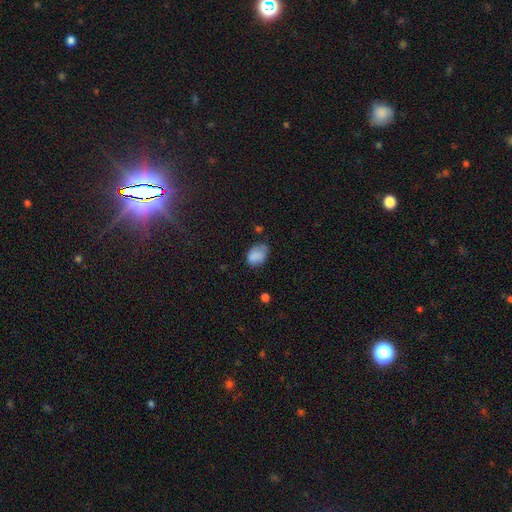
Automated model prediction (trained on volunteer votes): Q: Smooth or featured?
A: smooth (80%); runner-up: featured or disk (10%)
Q: How rounded?
A: in between (77%); runner-up: round (22%)
Q: Merging?
A: none (52%); runner-up: minor disturbance (34%)